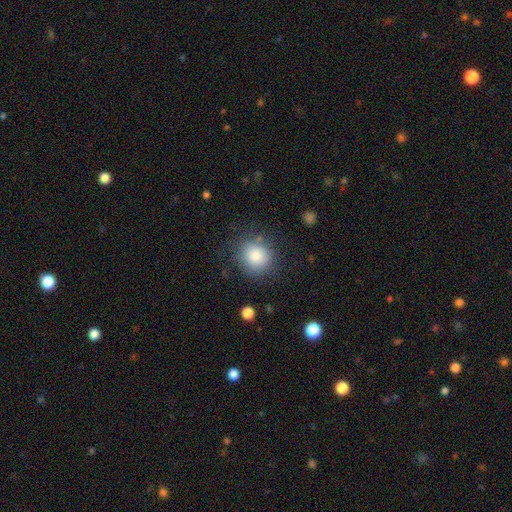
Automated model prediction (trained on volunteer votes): Q: Smooth or featured?
A: smooth (85%); runner-up: star or artifact (9%)
Q: How rounded?
A: round (86%); runner-up: in between (13%)
Q: Merging?
A: none (78%); runner-up: minor disturbance (14%)